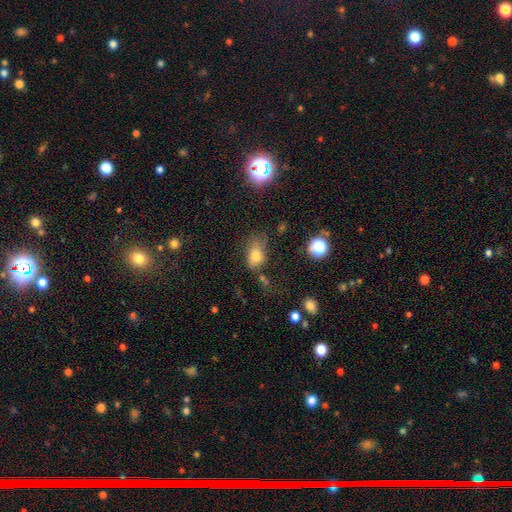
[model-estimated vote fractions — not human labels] Smooth or featured: smooth — 75% (star or artifact — 14%)
How rounded: in between — 78% (round — 20%)
Merging: none — 48% (minor disturbance — 29%)